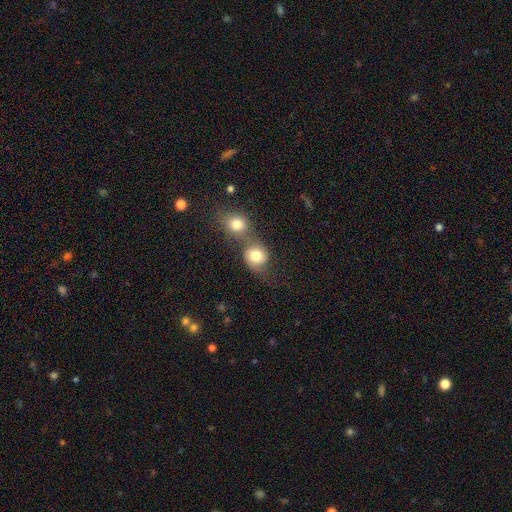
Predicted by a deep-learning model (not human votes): This is likely a smooth galaxy (78%). How rounded: likely round (76%). Merging: possibly merger (52%).